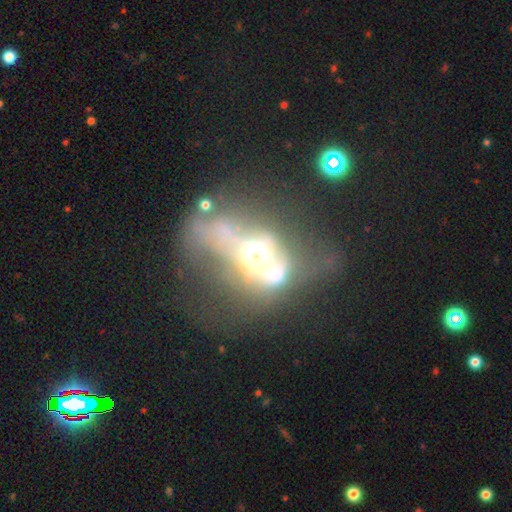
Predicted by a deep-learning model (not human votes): The model was most divided on "merging": major disturbance: 41%, merger: 32%, none: 16%, minor disturbance: 11%. More confident: edge-on disk — no (92%); spiral arms — no (82%); bar — no (81%); smooth or featured — featured or disk (67%); bulge size — moderate (51%).